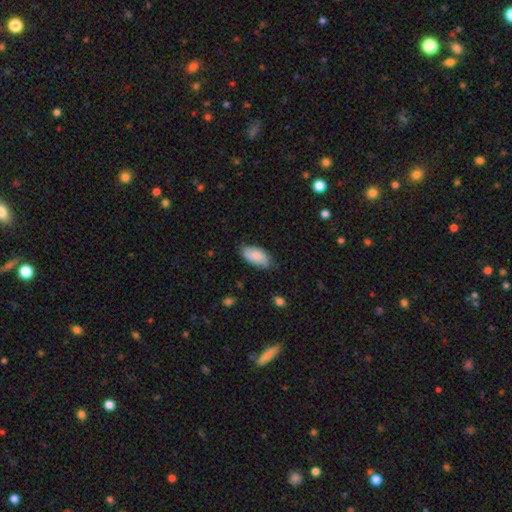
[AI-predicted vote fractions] The model was most divided on "merging": none: 71%, minor disturbance: 24%, major disturbance: 4%, merger: 1%. More confident: how rounded — in between (94%); smooth or featured — smooth (81%).